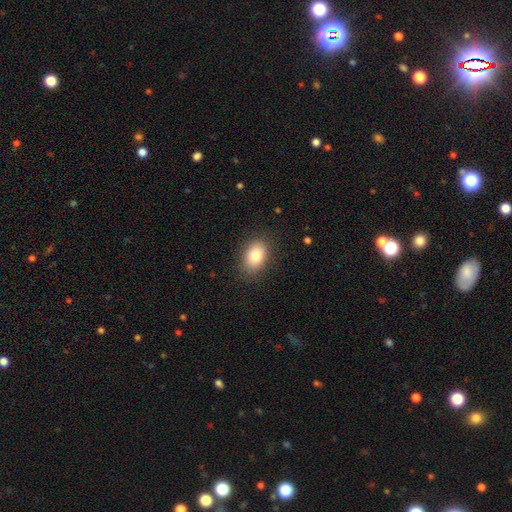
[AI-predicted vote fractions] This appears to be a smooth galaxy with no disk features (82%) that is in between round and cigar-shaped (80%). Merging: none (86%).